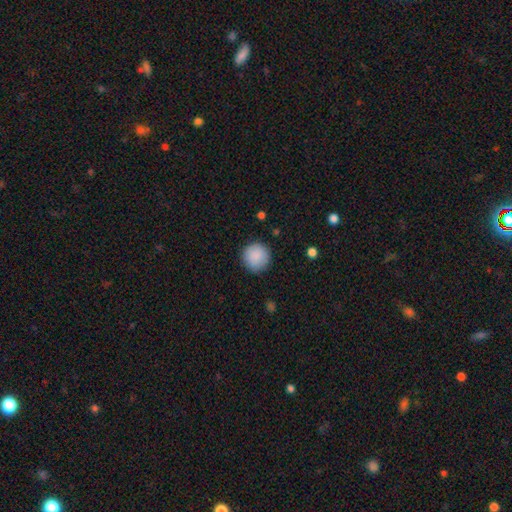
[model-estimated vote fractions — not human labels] A smooth galaxy with no disk features (89%) that is round (95%). Merging: none (89%).